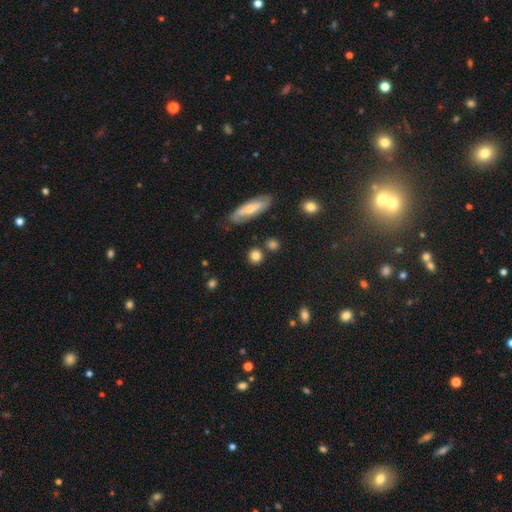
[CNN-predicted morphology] A smooth galaxy with no disk features (81%) that is round (84%). Merging: none (80%).